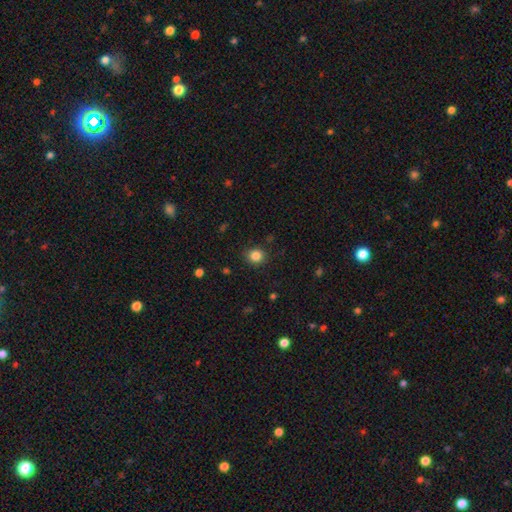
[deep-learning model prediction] smooth 84%, star or artifact 11%, featured or disk 4%. Down the decision tree: how rounded — round (83%); merging — none (87%).